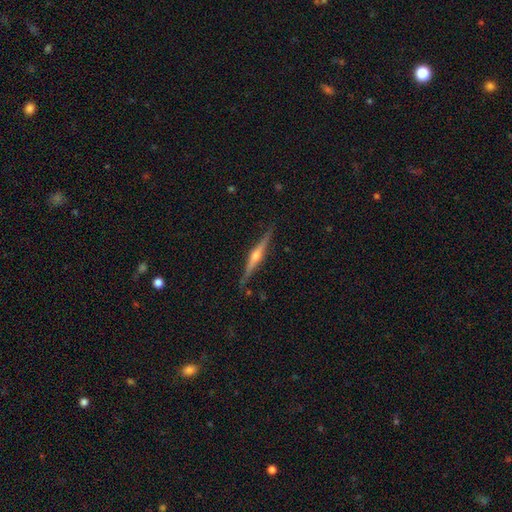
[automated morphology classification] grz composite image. It shows a featured or disk galaxy (83%) viewed edge-on (98%) with a rounded central bulge (91%). Merging: none (90%).